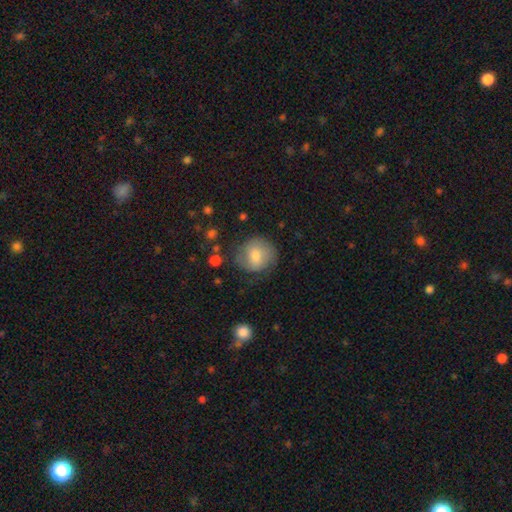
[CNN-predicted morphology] smooth-or-featured: smooth: 69% | featured or disk: 24% | star or artifact: 7%
  how-rounded: round: 85% | in between: 14% | cigar-shaped: 1%
  merging: none: 69% | minor disturbance: 21% | major disturbance: 9% | merger: 2%